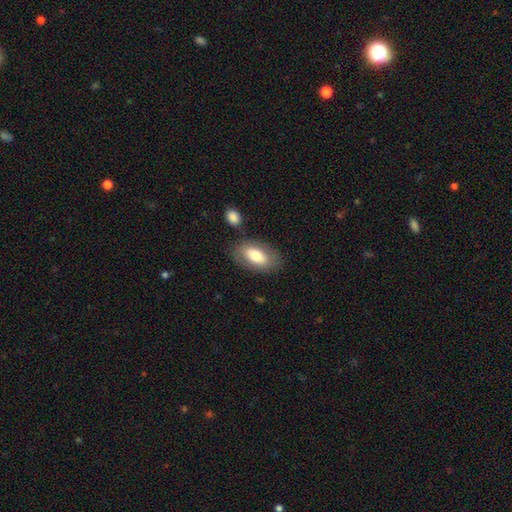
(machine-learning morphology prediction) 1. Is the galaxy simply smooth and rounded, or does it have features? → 74% smooth, 19% featured or disk, 6% star or artifact.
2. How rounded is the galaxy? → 91% in between, 5% cigar-shaped, 4% round.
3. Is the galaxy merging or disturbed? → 76% none, 13% minor disturbance, 7% merger, 4% major disturbance.